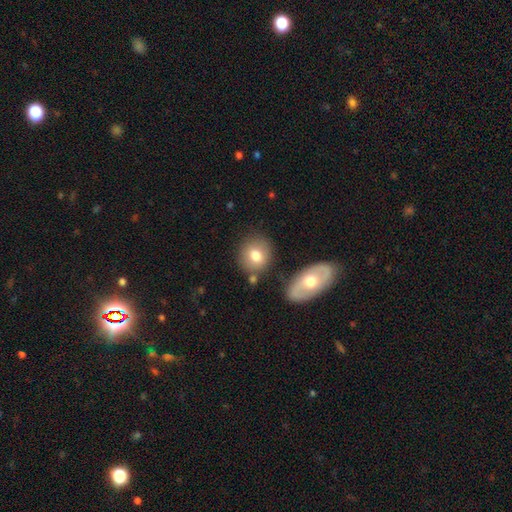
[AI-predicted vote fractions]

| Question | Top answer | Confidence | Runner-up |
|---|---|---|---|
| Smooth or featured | smooth | 75% | featured or disk (17%) |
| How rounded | round | 73% | in between (25%) |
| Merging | none | 74% | minor disturbance (12%) |